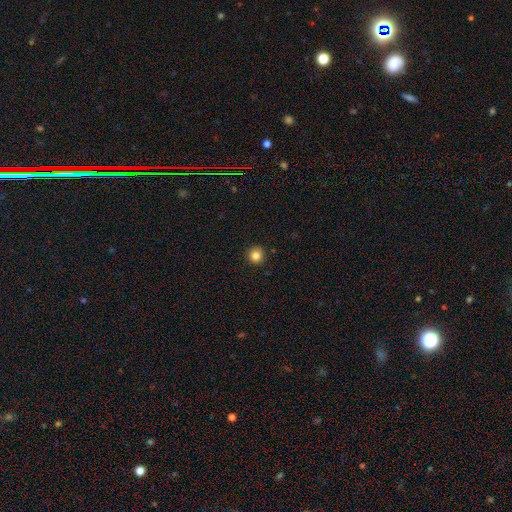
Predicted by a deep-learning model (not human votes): A smooth galaxy with no disk features (84%) that is round (95%). Merging: none (92%).